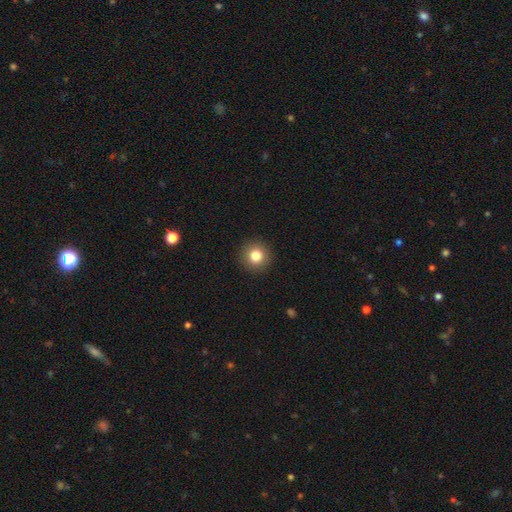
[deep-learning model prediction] smooth_or_featured: smooth (p=0.81) [alt: star or artifact p=0.11]
how_rounded: round (p=0.94) [alt: in between p=0.05]
merging: none (p=0.92) [alt: minor disturbance p=0.05]